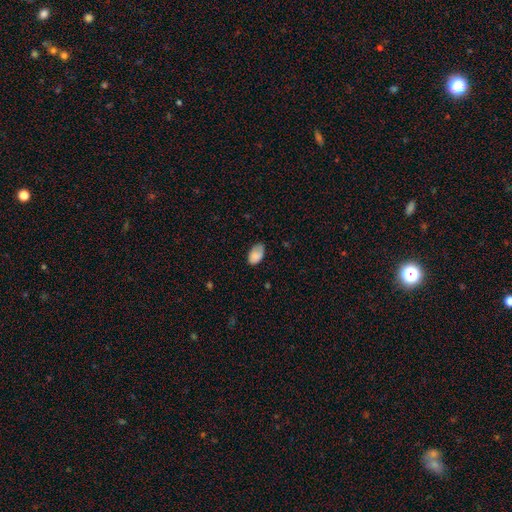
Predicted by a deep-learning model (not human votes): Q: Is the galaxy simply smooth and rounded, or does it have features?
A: smooth — 84%.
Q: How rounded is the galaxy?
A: in between — 92%.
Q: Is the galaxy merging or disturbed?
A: none — 62%.